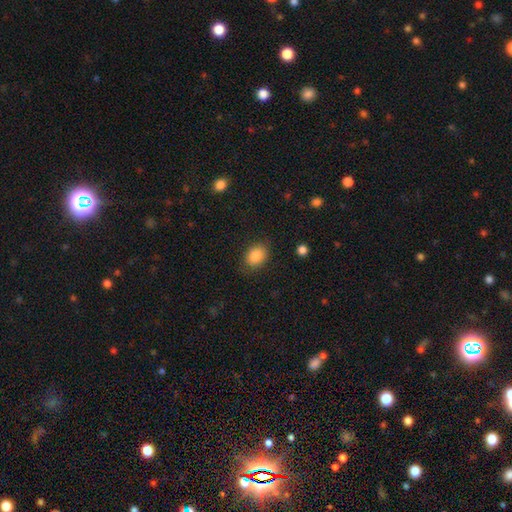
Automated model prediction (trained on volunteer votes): The model was most divided on "how rounded": in between: 70%, round: 29%, cigar-shaped: 1%. More confident: smooth or featured — smooth (86%); merging — none (80%).